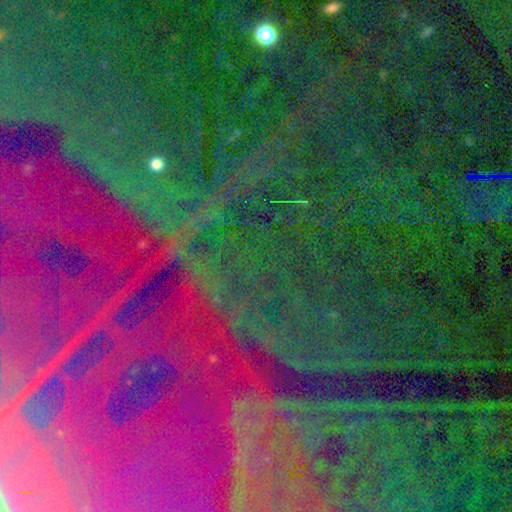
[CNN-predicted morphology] Overall: star or artifact (86%).